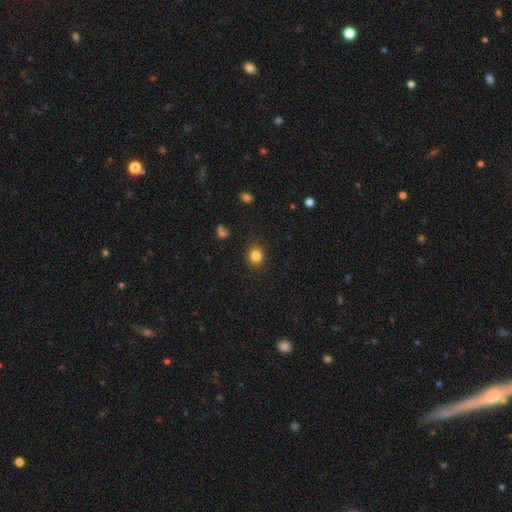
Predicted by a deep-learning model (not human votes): Smooth or featured?
  - smooth: 84% *
  - star or artifact: 12%
  - featured or disk: 5%
How rounded?
  - round: 74% *
  - in between: 25%
  - cigar-shaped: 1%
Merging?
  - none: 88% *
  - minor disturbance: 8%
  - major disturbance: 2%
  - merger: 1%